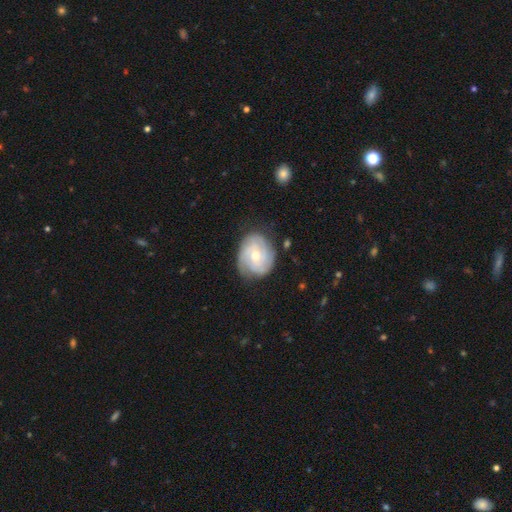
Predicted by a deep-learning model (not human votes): A featured or disk galaxy (79%) with no bar (65%), tight (71%) spiral arms (94%) and a moderate central bulge (56%). Merging: none (76%).